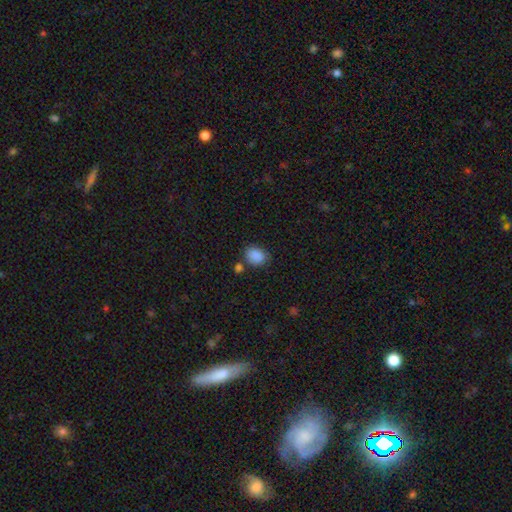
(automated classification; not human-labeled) The model was most divided on "how rounded": in between: 65%, round: 34%, cigar-shaped: 1%. More confident: smooth or featured — smooth (88%); merging — none (70%).